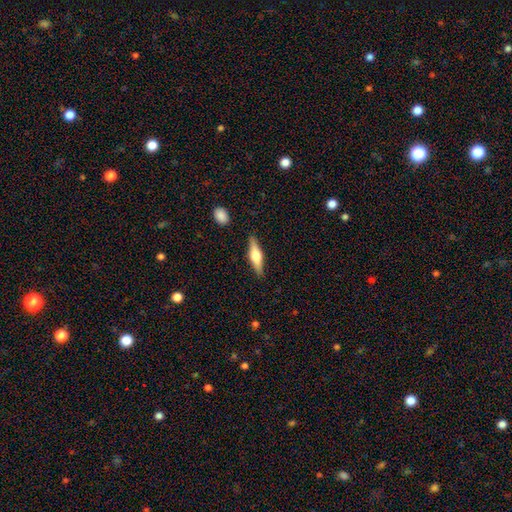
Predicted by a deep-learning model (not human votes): featured or disk 52%, smooth 42%, star or artifact 6%. Down the decision tree: edge-on disk — yes (95%); merging — none (88%).